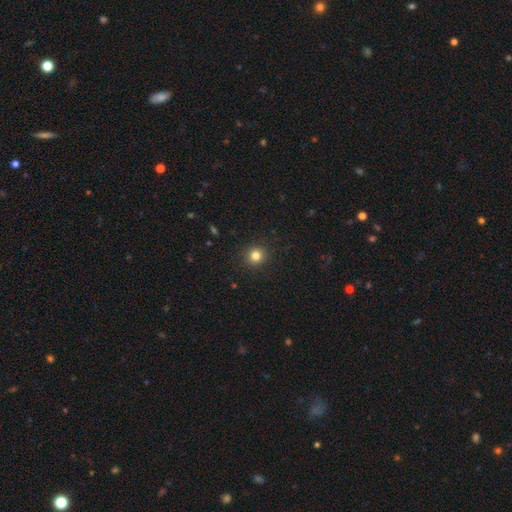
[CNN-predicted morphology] type=smooth (81%); roundness=round (91%); merging=none (91%).